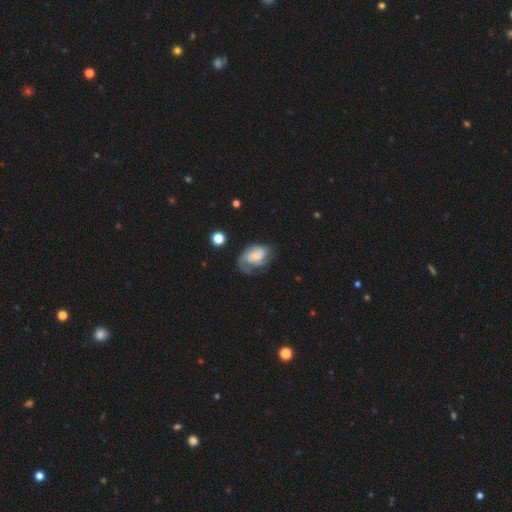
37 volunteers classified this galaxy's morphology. This appears to be a featured or disk galaxy (81%) with no bar (55%), 3 (39%) tight (43%, tied with medium) spiral arms (97%) and a small central bulge (38%). Merging: none (54%).